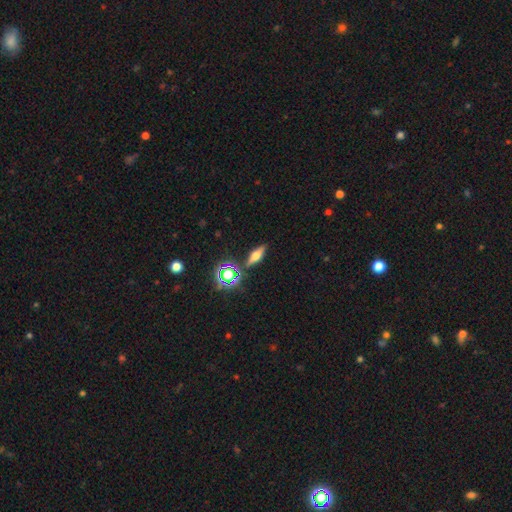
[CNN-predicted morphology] Smooth or featured? Predicted: featured or disk (p=0.45). Merging? Predicted: none (p=0.84).